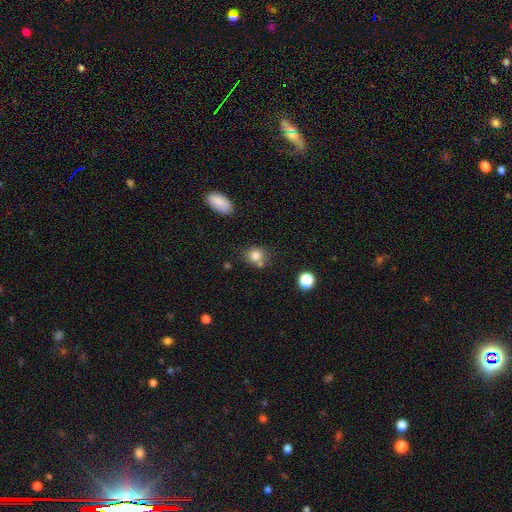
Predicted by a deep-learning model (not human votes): Smooth or featured? Predicted: smooth (p=0.79). How rounded? Predicted: round (p=0.73). Merging? Predicted: none (p=0.63).